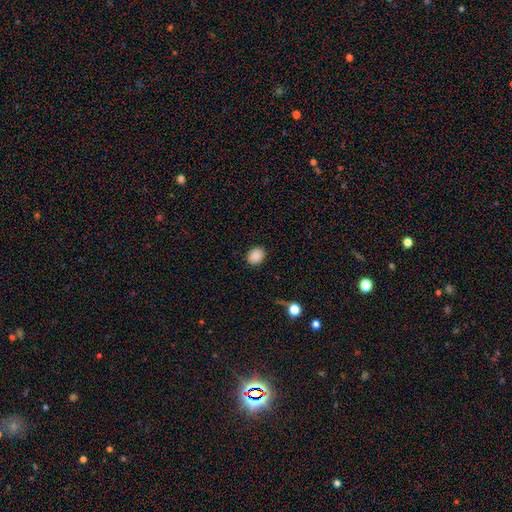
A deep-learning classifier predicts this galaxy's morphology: Smooth or featured? Predicted: smooth (p=0.88). How rounded? Predicted: in between (p=0.50). Merging? Predicted: none (p=0.88).